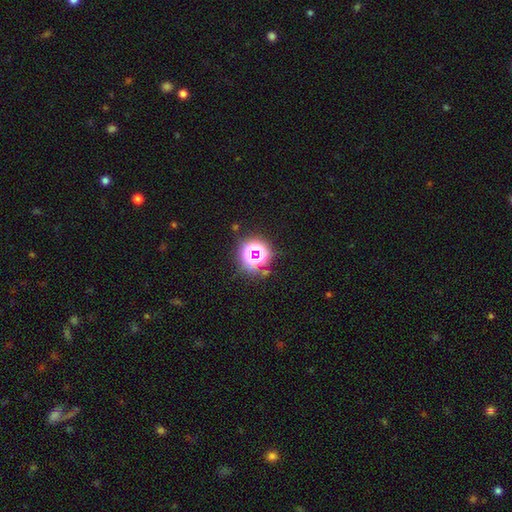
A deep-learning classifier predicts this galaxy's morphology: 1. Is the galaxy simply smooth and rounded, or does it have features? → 68% star or artifact, 22% smooth, 10% featured or disk.